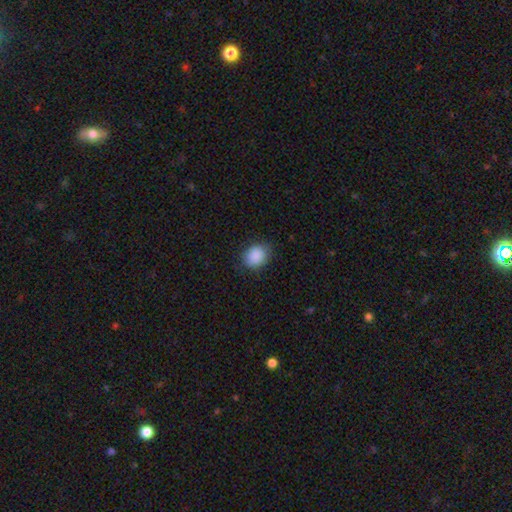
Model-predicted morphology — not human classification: Overall: smooth (89%). How rounded: round (53%; in between 46%). Merging: none (83%).